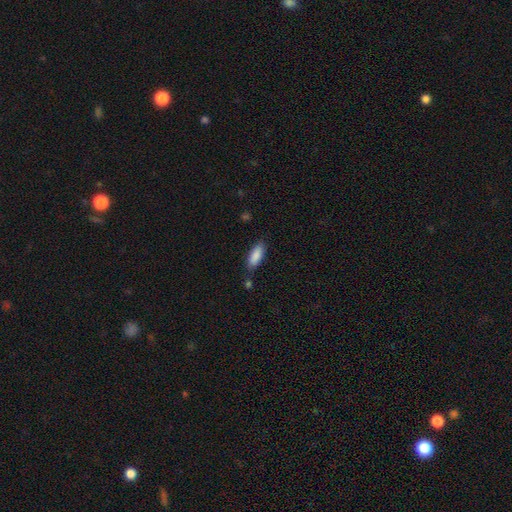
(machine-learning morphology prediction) smooth 88%, star or artifact 6%, featured or disk 6%. Down the decision tree: how rounded — in between (73%); merging — none (76%).